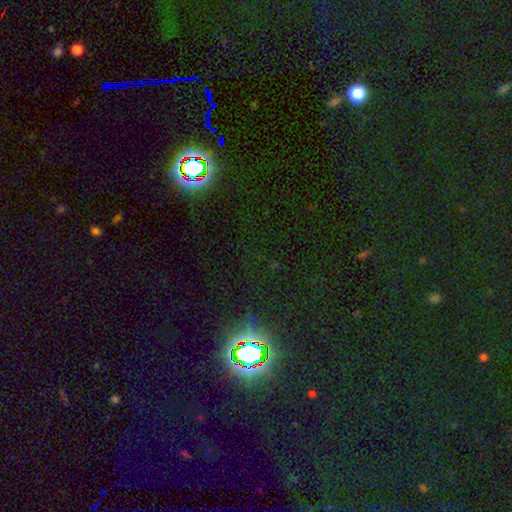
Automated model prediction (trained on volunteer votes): Smooth or featured?
  - star or artifact: 79% *
  - smooth: 13%
  - featured or disk: 8%